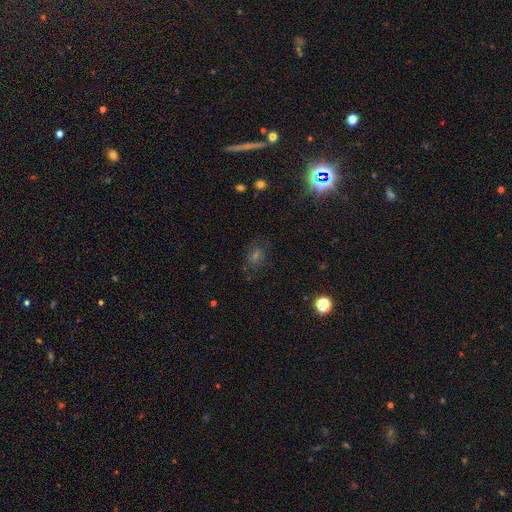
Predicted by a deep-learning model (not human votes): The model was most divided on "smooth or featured": star or artifact: 44%, smooth: 38%, featured or disk: 18%.